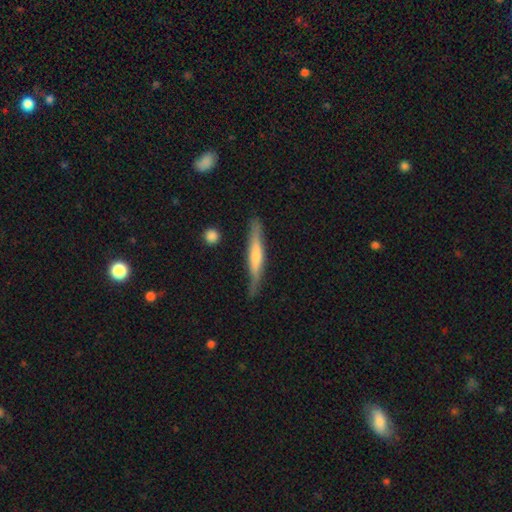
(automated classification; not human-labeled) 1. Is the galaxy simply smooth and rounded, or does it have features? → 62% featured or disk, 31% smooth, 7% star or artifact.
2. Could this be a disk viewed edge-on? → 95% yes, 5% no.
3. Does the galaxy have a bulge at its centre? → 59% rounded, 28% none, 13% boxy.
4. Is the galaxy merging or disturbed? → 84% none, 12% minor disturbance, 2% major disturbance, 2% merger.